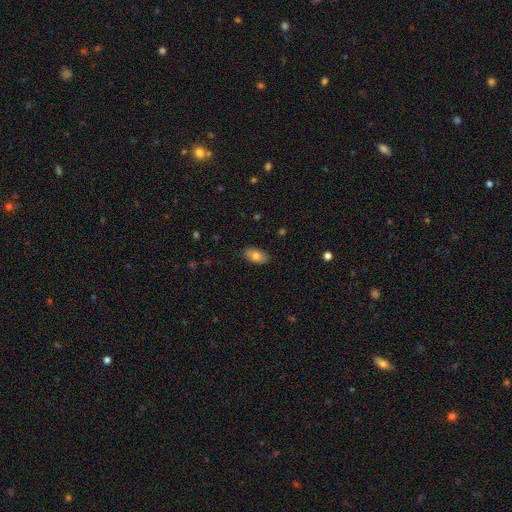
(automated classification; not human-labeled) This appears to be a smooth galaxy with no disk features (79%) that is in between round and cigar-shaped (93%). Merging: none (86%).